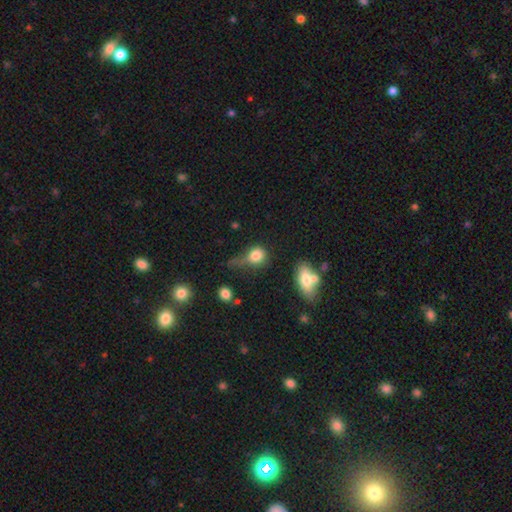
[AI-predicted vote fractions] Smooth or featured: smooth — 80% (star or artifact — 10%)
How rounded: round — 66% (in between — 31%)
Merging: none — 34% (major disturbance — 26%)